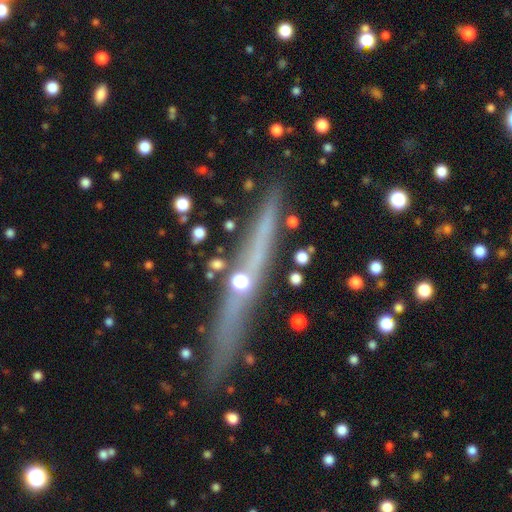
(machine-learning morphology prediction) A featured or disk galaxy (49%). Merging: none (84%).